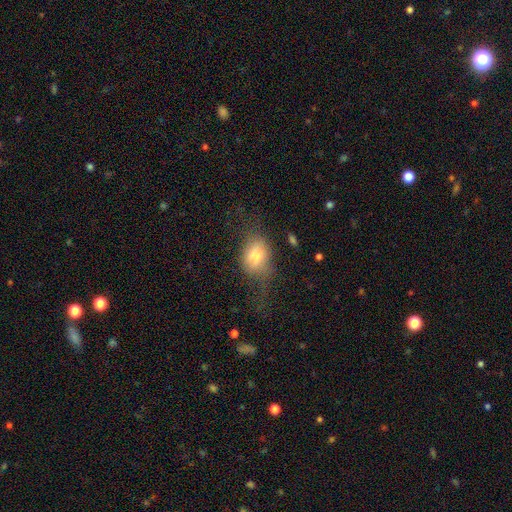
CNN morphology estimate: smooth-or-featured: smooth: 72% | featured or disk: 18% | star or artifact: 9%
  how-rounded: in between: 75% | round: 23% | cigar-shaped: 2%
  merging: major disturbance: 35% | none: 34% | minor disturbance: 27% | merger: 4%